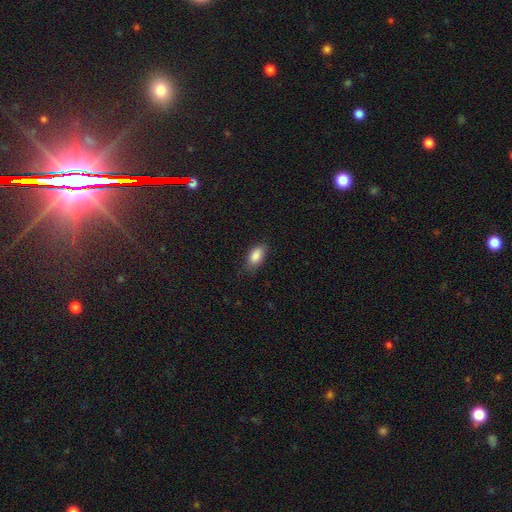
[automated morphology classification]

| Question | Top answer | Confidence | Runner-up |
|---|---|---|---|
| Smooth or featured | smooth | 87% | star or artifact (7%) |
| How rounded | in between | 91% | cigar-shaped (5%) |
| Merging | none | 75% | minor disturbance (20%) |